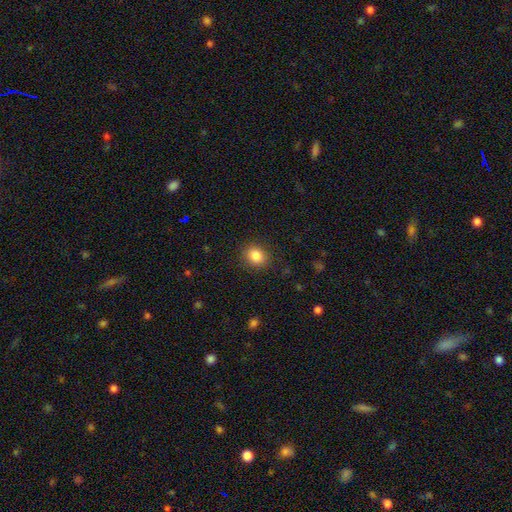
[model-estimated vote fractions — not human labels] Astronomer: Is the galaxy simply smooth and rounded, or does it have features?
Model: smooth — 86%.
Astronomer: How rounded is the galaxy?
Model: round — 68%.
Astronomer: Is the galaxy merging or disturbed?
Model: none — 87%.